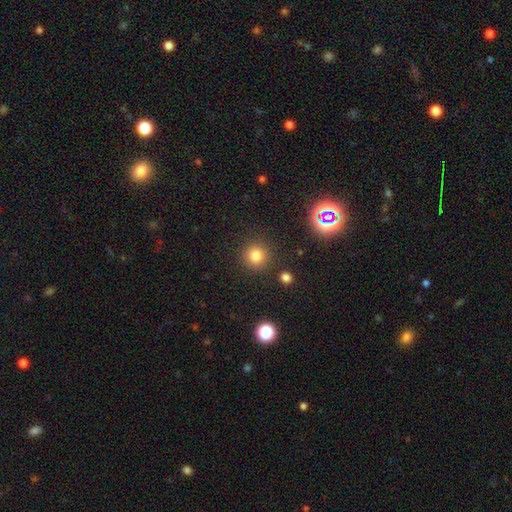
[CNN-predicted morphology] Smooth or featured? Predicted: smooth (p=0.79). How rounded? Predicted: round (p=0.94). Merging? Predicted: none (p=0.89).